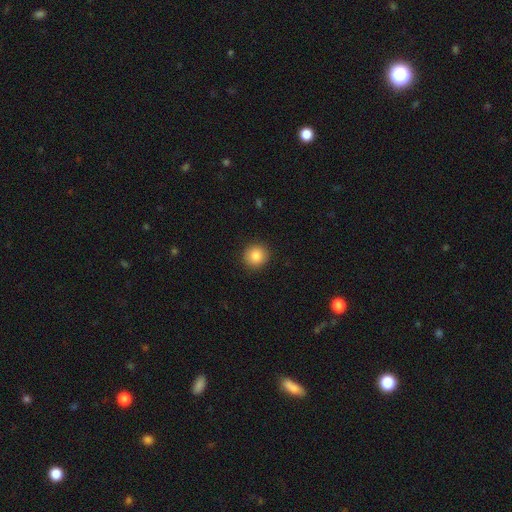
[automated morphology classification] The model was most divided on "smooth or featured": smooth: 86%, star or artifact: 9%, featured or disk: 5%. More confident: merging — none (91%); how rounded — round (91%).